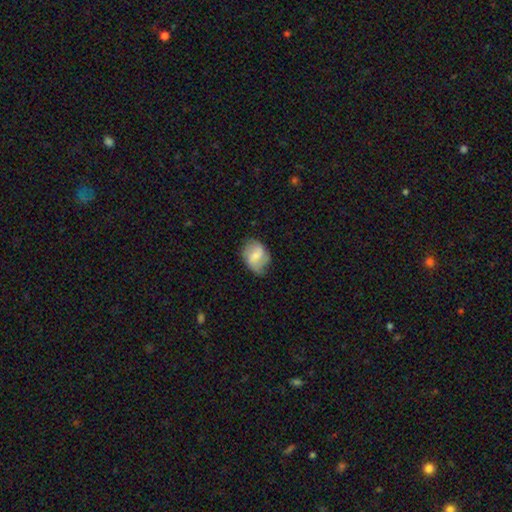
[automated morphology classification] This is possibly a featured or disk galaxy (49%). Merging: possibly none (60%).